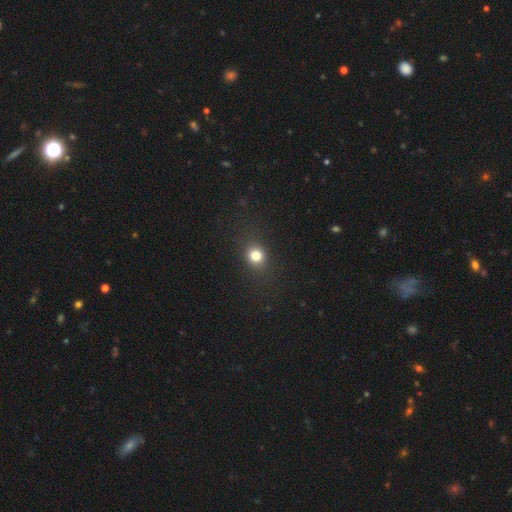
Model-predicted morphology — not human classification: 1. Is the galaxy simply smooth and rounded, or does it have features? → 79% smooth, 14% star or artifact, 6% featured or disk.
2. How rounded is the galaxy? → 76% round, 23% in between, 1% cigar-shaped.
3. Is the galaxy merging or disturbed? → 86% none, 9% minor disturbance, 4% major disturbance, 1% merger.